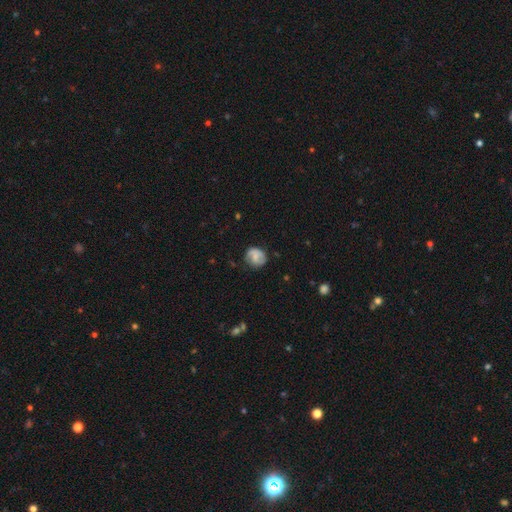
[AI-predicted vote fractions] A smooth galaxy with no disk features (50%).

Vote fractions:
- Smooth or featured? smooth: 50% / featured or disk: 42% / star or artifact: 8%
- Merging? none: 64% / minor disturbance: 24% / major disturbance: 9% / merger: 2%